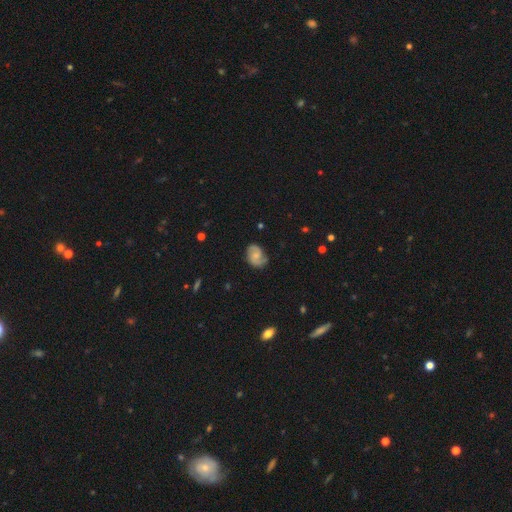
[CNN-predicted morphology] smooth_or_featured: featured or disk (p=0.62) [alt: smooth p=0.31]
disk_edge_on: no (p=0.97) [alt: yes p=0.03]
bar: no (p=0.59) [alt: weak p=0.36]
has_spiral_arms: yes (p=0.92) [alt: no p=0.08]
spiral_winding: medium (p=0.46) [alt: tight p=0.30]
spiral_arm_count: 2 (p=0.85) [alt: can't tell p=0.08]
bulge_size: small (p=0.43) [alt: moderate p=0.30]
merging: none (p=0.75) [alt: minor disturbance p=0.19]